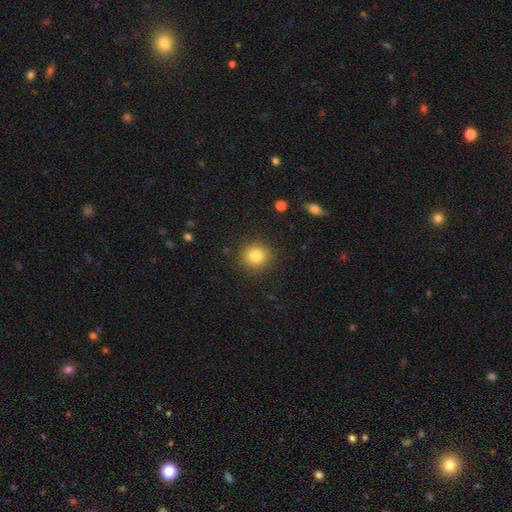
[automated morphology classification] A smooth galaxy with no disk features (81%) that is round (90%).

Vote fractions:
- Smooth or featured? smooth: 81% / star or artifact: 11% / featured or disk: 7%
- How rounded? round: 90% / in between: 9% / cigar-shaped: 1%
- Merging? none: 89% / minor disturbance: 7% / major disturbance: 3% / merger: 1%